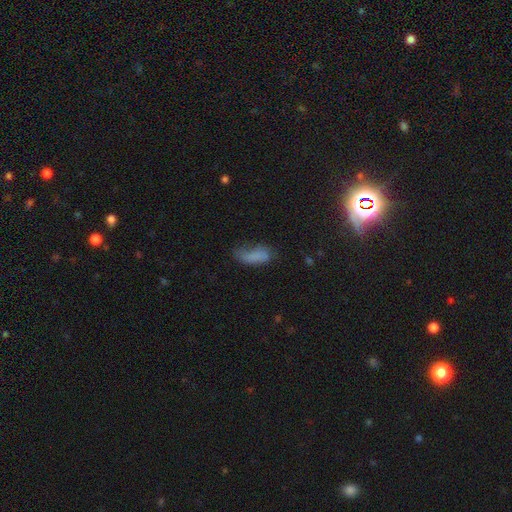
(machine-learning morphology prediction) A smooth galaxy with no disk features (75%) that is in between round and cigar-shaped (73%). Merging: none (42%).